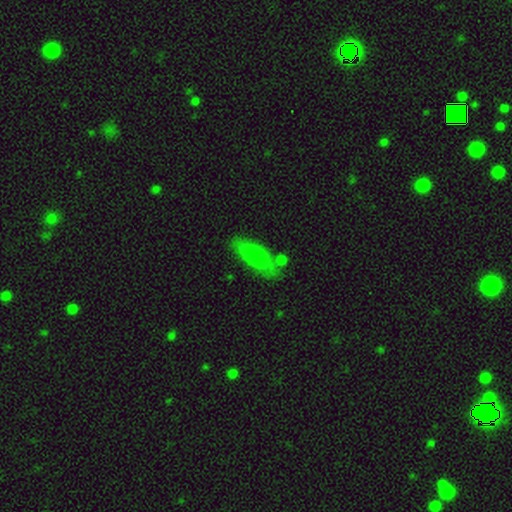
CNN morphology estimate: Smooth or featured? smooth (81%)
How rounded? in between (73%)
Merging? none (62%)